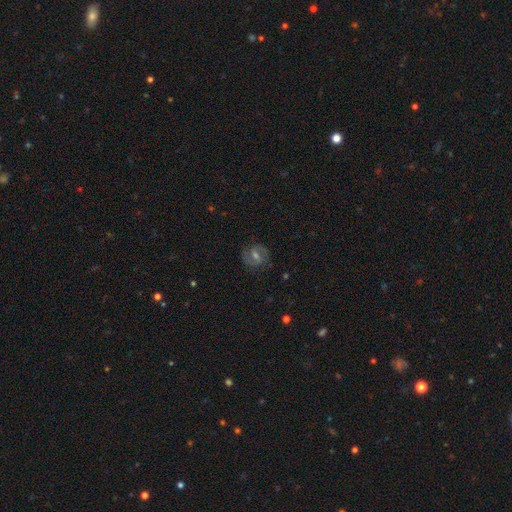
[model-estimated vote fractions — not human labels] smooth_or_featured: featured or disk (p=0.69) [alt: smooth p=0.20]
disk_edge_on: no (p=0.97) [alt: yes p=0.03]
bar: weak (p=0.52) [alt: no p=0.28]
has_spiral_arms: yes (p=0.89) [alt: no p=0.11]
spiral_winding: medium (p=0.45) [alt: tight p=0.42]
spiral_arm_count: 2 (p=0.83) [alt: can't tell p=0.10]
bulge_size: moderate (p=0.57) [alt: small p=0.35]
merging: none (p=0.84) [alt: minor disturbance p=0.11]